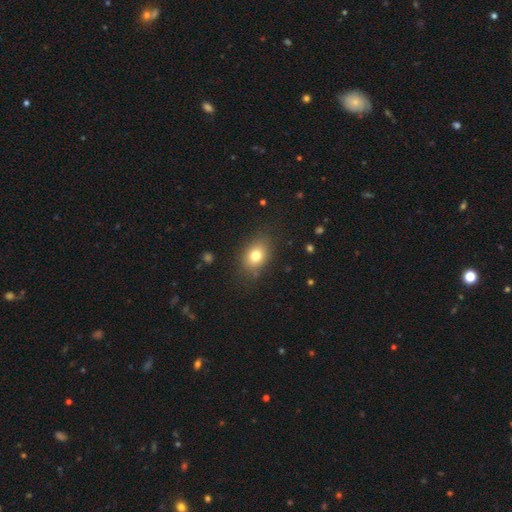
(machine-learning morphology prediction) A smooth galaxy with no disk features (77%) that is in between round and cigar-shaped (70%).

Vote fractions:
- Smooth or featured? smooth: 77% / featured or disk: 12% / star or artifact: 11%
- How rounded? in between: 70% / round: 28% / cigar-shaped: 1%
- Merging? none: 81% / minor disturbance: 13% / major disturbance: 4% / merger: 2%